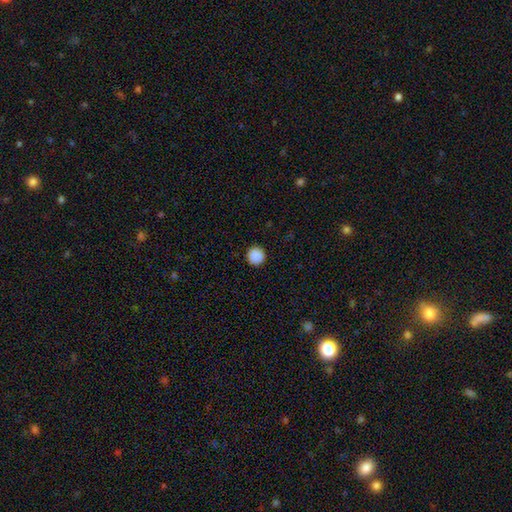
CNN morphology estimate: Smooth or featured?
  - smooth: 90% *
  - star or artifact: 8%
  - featured or disk: 2%
How rounded?
  - round: 96% *
  - in between: 3%
  - cigar-shaped: 1%
Merging?
  - none: 93% *
  - minor disturbance: 4%
  - major disturbance: 2%
  - merger: 1%